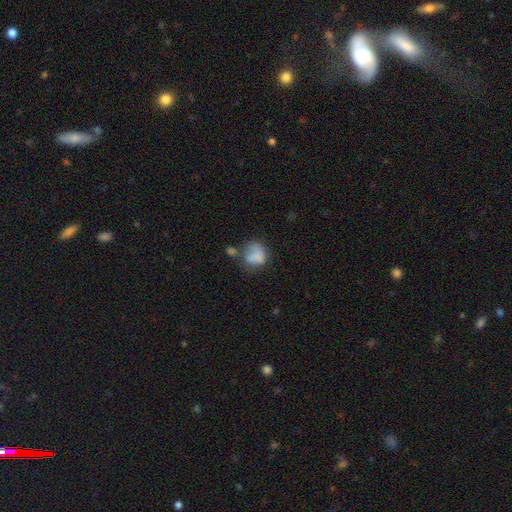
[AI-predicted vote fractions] Morphology: type=smooth (72%); roundness=round (56%); merging=none (32%).